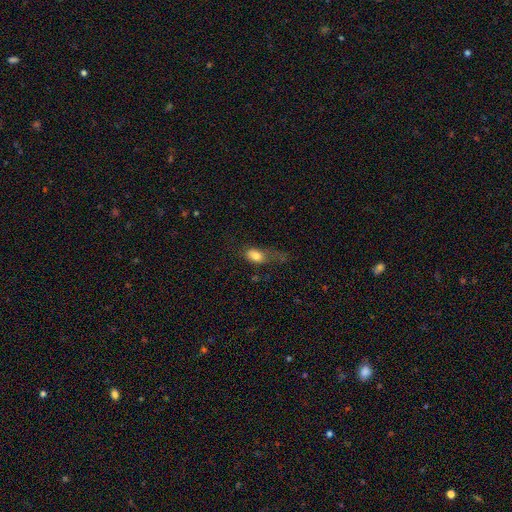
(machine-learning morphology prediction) smooth-or-featured: smooth: 78% | featured or disk: 13% | star or artifact: 9%
  how-rounded: in between: 84% | round: 11% | cigar-shaped: 5%
  merging: major disturbance: 40% | none: 28% | minor disturbance: 27% | merger: 5%